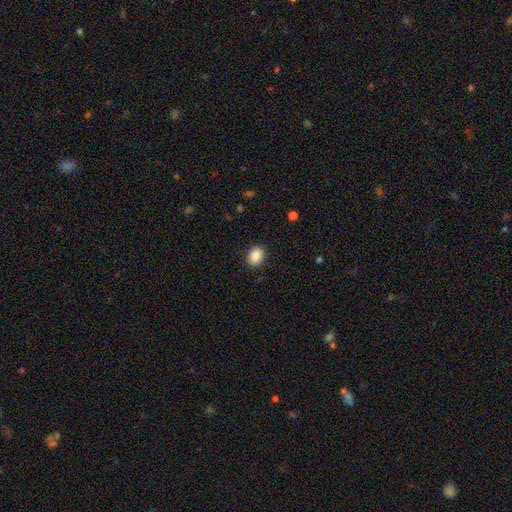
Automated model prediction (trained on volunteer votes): Smooth or featured? Predicted: smooth (p=0.89). How rounded? Predicted: in between (p=0.65). Merging? Predicted: none (p=0.90).